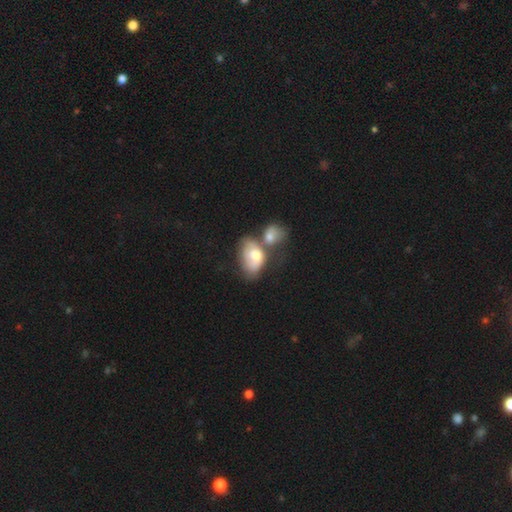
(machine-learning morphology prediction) smooth_or_featured: smooth (p=0.60) [alt: featured or disk p=0.34]
how_rounded: in between (p=0.85) [alt: round p=0.14]
merging: merger (p=0.57) [alt: none p=0.19]